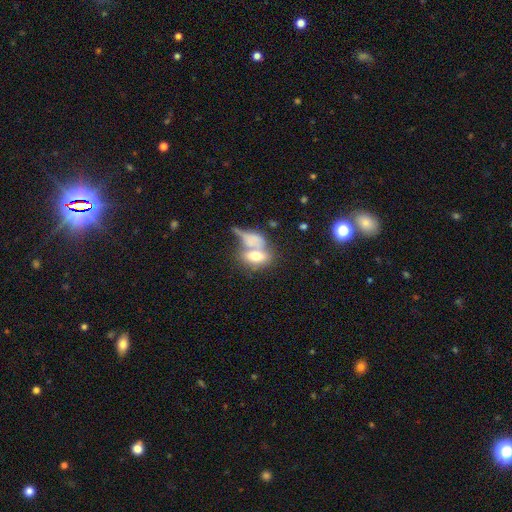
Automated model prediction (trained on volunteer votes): Smooth or featured? Predicted: smooth (p=0.64). How rounded? Predicted: in between (p=0.79). Merging? Predicted: merger (p=0.52).